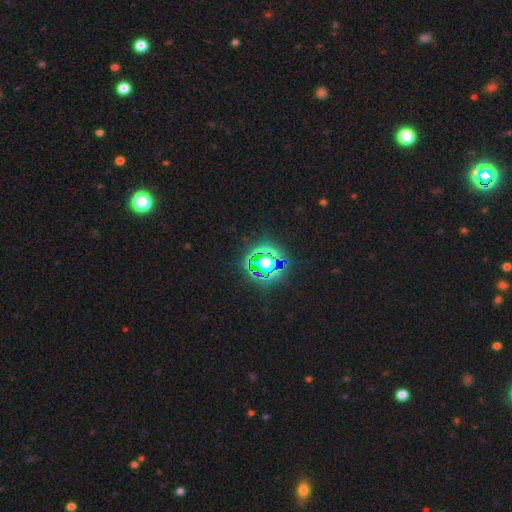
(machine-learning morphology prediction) Overall: star or artifact (78%).